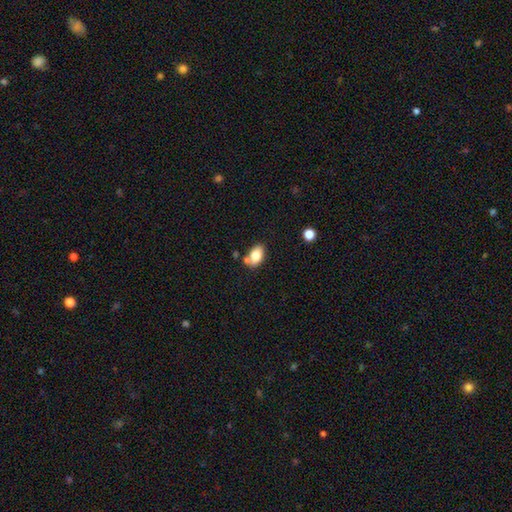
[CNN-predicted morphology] This appears to be a smooth galaxy with no disk features (78%) that is in between round and cigar-shaped (88%). Merging: none (66%).